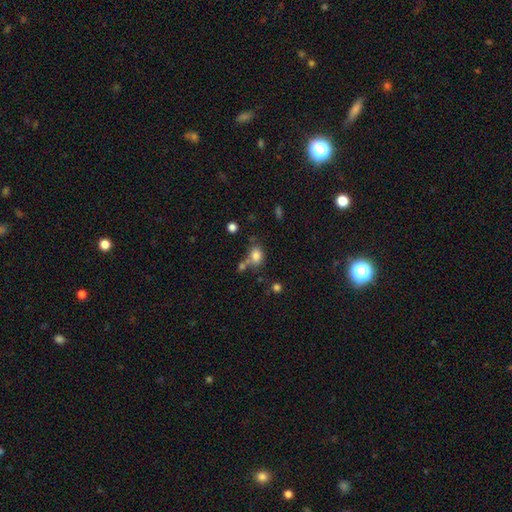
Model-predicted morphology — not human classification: type=smooth (81%); roundness=in between (58%); merging=none (53%).